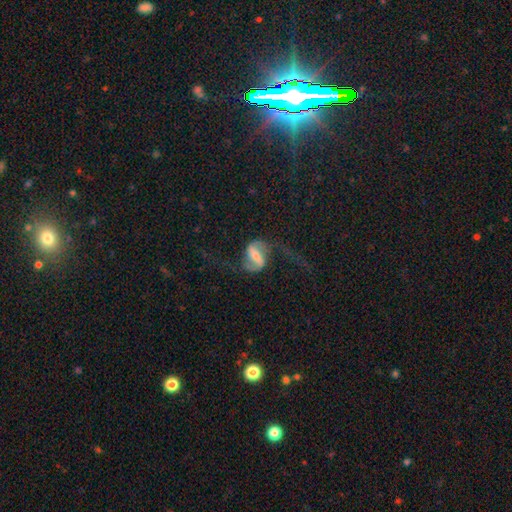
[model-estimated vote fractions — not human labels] This is clearly a featured or disk galaxy (81%). It is clearly not viewed edge-on (96%). Bar: likely strong (66%). Spiral arm pattern: clearly yes (92%). Spiral arm count: clearly 2 (92%). Spiral winding: likely loose (75%). Central bulge: marginally none (33%). Merging: possibly none (55%).